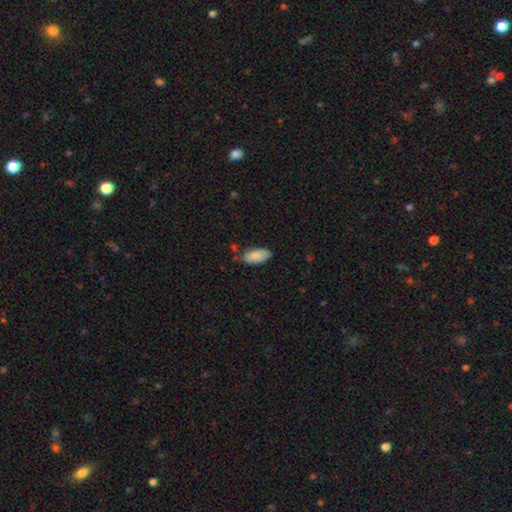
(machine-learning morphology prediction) This is clearly a smooth galaxy (84%). How rounded: clearly in between (93%). Merging: likely none (69%).